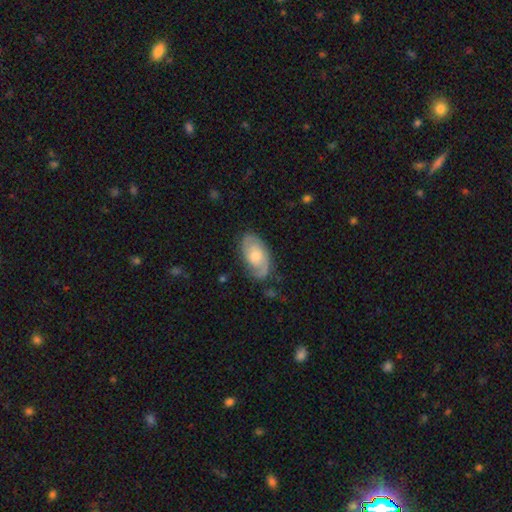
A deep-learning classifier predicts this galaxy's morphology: Q: Smooth or featured?
A: featured or disk (67%); runner-up: smooth (28%)
Q: Edge-on disk?
A: no (95%); runner-up: yes (5%)
Q: Bar?
A: no (70%); runner-up: weak (27%)
Q: Spiral arms?
A: yes (87%); runner-up: no (13%)
Q: Spiral winding?
A: tight (40%); tied with: medium (40%)
Q: Spiral arm count?
A: 2 (63%); runner-up: can't tell (18%)
Q: Bulge size?
A: moderate (60%); runner-up: small (32%)
Q: Merging?
A: none (70%); runner-up: minor disturbance (21%)